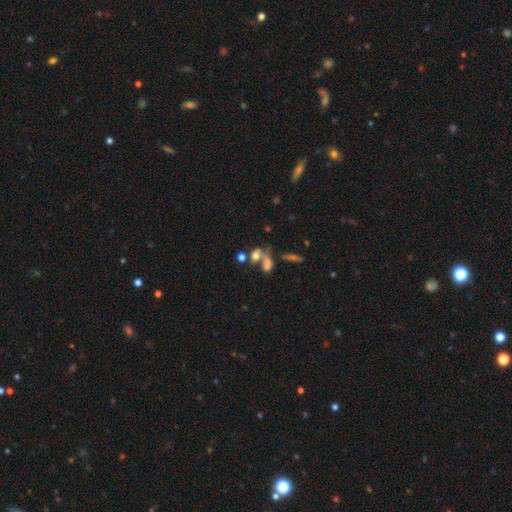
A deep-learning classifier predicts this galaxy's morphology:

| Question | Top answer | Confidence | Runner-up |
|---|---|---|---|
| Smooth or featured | smooth | 56% | featured or disk (25%) |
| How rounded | in between | 53% | round (41%) |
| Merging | merger | 51% | none (27%) |